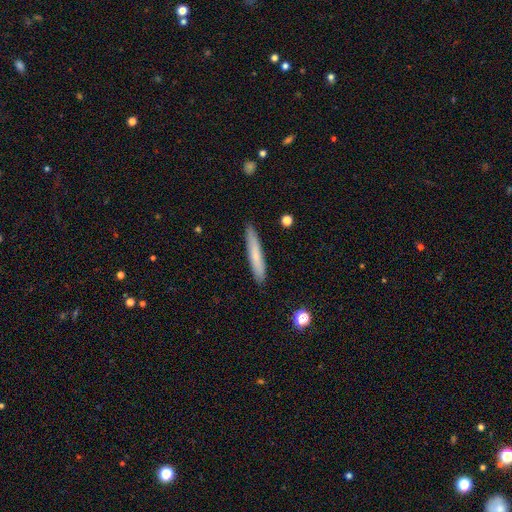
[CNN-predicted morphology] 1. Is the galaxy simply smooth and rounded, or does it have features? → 72% smooth, 21% featured or disk, 6% star or artifact.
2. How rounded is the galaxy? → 94% cigar-shaped, 4% in between, 1% round.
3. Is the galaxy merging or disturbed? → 89% none, 8% minor disturbance, 1% major disturbance, 1% merger.